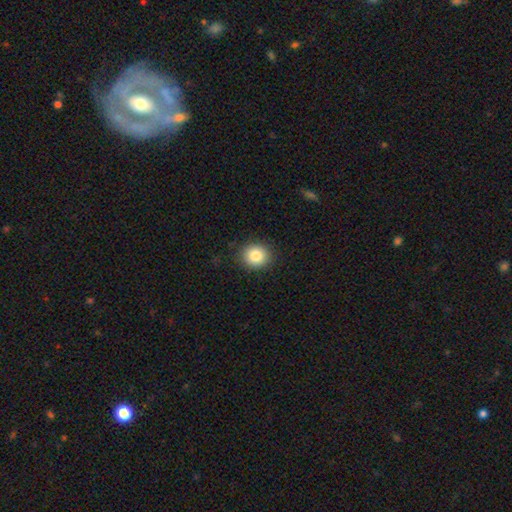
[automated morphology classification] smooth_or_featured: smooth (p=0.83) [alt: star or artifact p=0.10]
how_rounded: round (p=0.82) [alt: in between p=0.17]
merging: none (p=0.90) [alt: minor disturbance p=0.07]